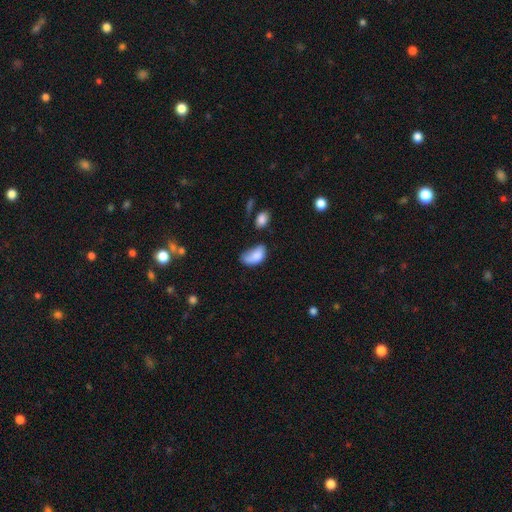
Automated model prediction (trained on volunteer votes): Smooth or featured: smooth — 79% (featured or disk — 13%)
How rounded: in between — 91% (round — 7%)
Merging: minor disturbance — 35% (none — 31%)